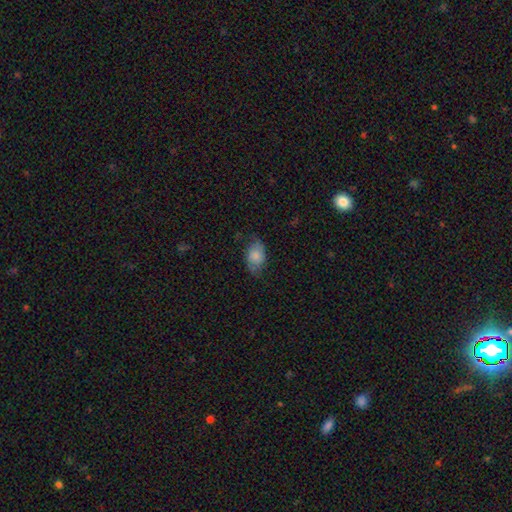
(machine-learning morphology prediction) Smooth or featured: smooth — 66% (featured or disk — 27%)
How rounded: in between — 87% (round — 12%)
Merging: none — 64% (minor disturbance — 25%)